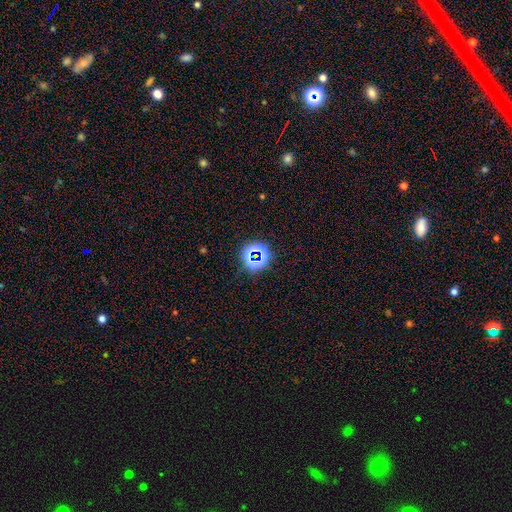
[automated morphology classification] Smooth or featured? star or artifact (66%)